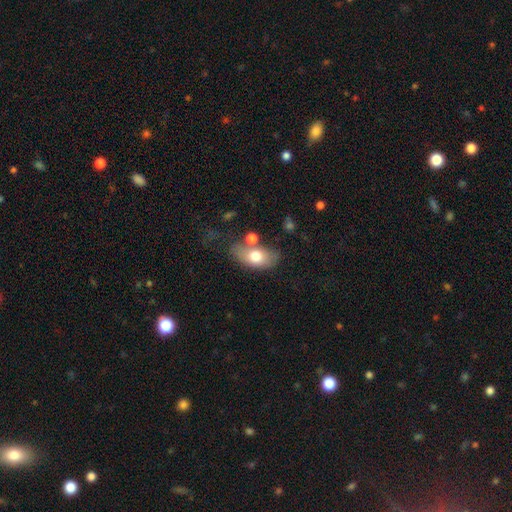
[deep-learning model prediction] Smooth or featured? Predicted: smooth (p=0.69). How rounded? Predicted: in between (p=0.88). Merging? Predicted: none (p=0.53).